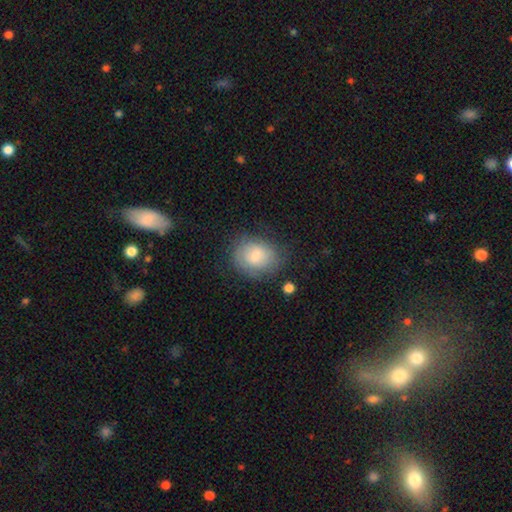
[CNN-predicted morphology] Smooth or featured: smooth — 73% (featured or disk — 19%)
How rounded: round — 50% (in between — 49%)
Merging: none — 69% (minor disturbance — 21%)